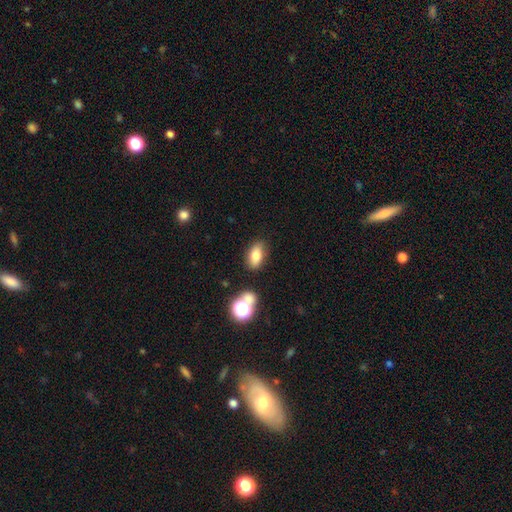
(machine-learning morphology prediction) type=smooth (77%); roundness=in between (84%); merging=none (79%).